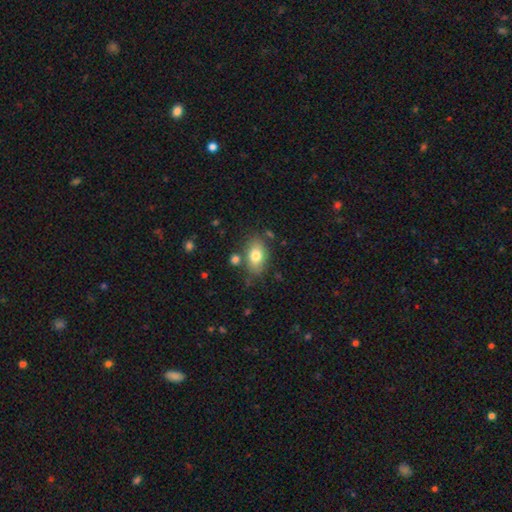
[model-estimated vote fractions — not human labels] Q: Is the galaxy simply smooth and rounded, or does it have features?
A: smooth — 77%.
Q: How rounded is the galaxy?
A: in between — 87%.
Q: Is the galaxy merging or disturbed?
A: none — 75%.